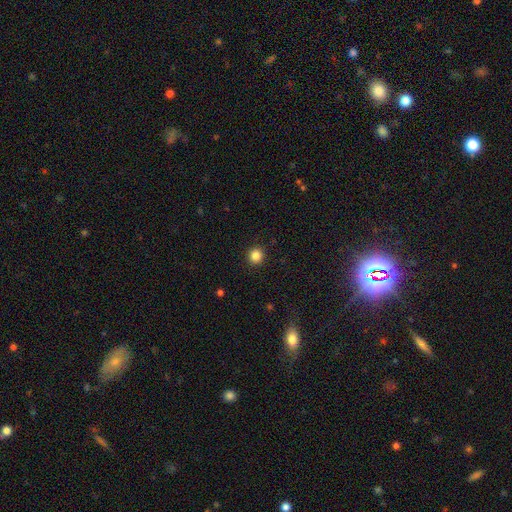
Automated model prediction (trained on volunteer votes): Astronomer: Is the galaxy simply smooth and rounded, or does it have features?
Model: smooth — 85%.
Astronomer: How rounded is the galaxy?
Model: round — 94%.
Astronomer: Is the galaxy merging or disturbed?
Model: none — 93%.